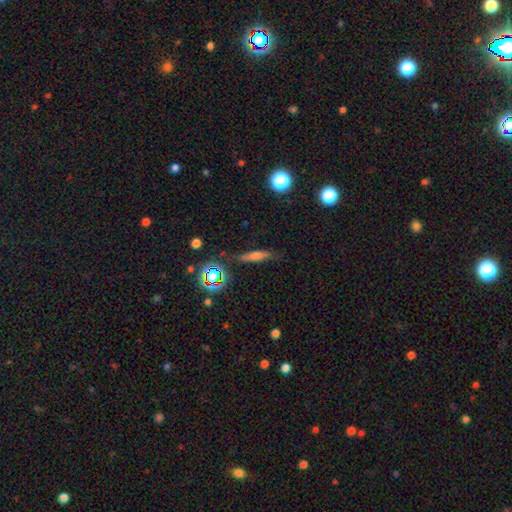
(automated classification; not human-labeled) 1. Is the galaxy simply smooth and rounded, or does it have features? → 43% smooth, 35% featured or disk, 22% star or artifact.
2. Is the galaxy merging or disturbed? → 84% none, 11% minor disturbance, 3% major disturbance, 2% merger.